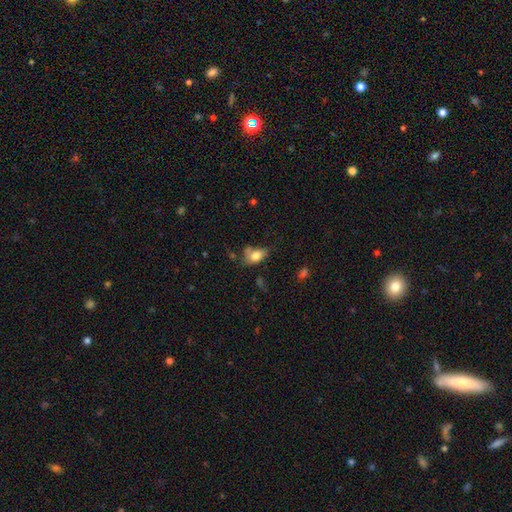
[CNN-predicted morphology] A smooth galaxy with no disk features (74%) that is in between round and cigar-shaped (85%). Merging: none (38%).